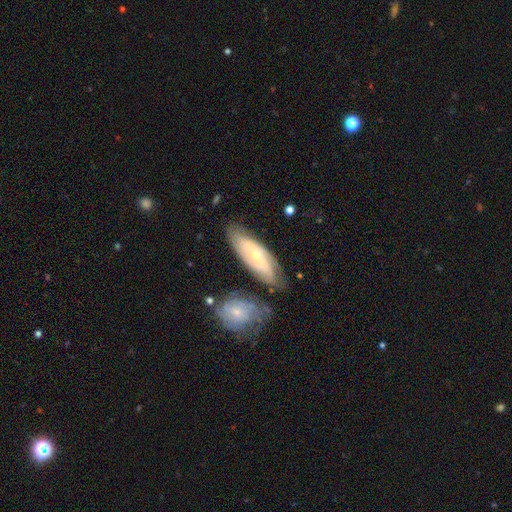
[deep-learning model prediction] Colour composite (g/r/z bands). It shows a featured or disk galaxy (62%) with no bar (70%), spiral arms (78%) and a small central bulge (66%). Merging: none (69%).